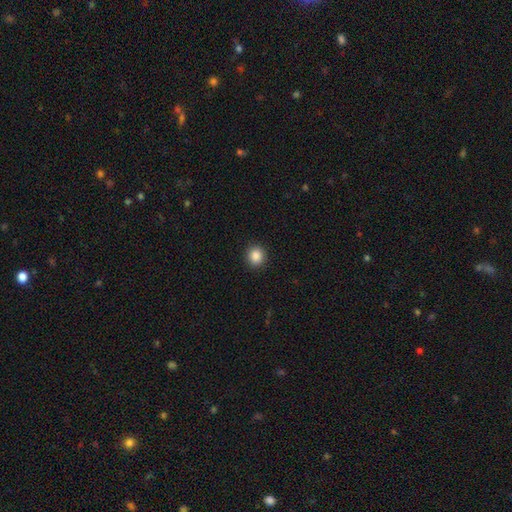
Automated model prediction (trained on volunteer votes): Smooth or featured: smooth — 87% (star or artifact — 10%)
How rounded: round — 83% (in between — 16%)
Merging: none — 92% (minor disturbance — 6%)